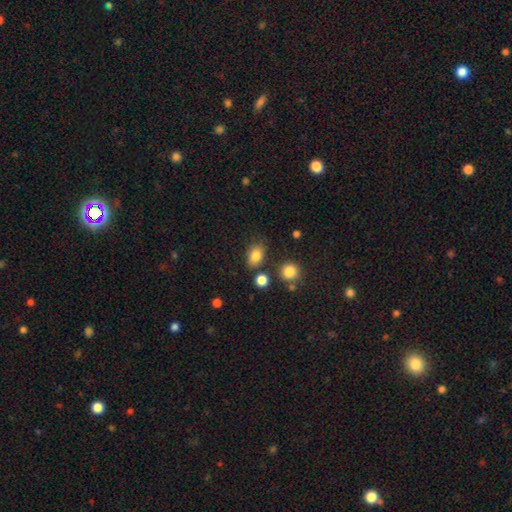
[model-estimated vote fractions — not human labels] Q: Smooth or featured?
A: smooth (83%); runner-up: star or artifact (10%)
Q: How rounded?
A: in between (75%); runner-up: round (23%)
Q: Merging?
A: none (76%); runner-up: minor disturbance (13%)